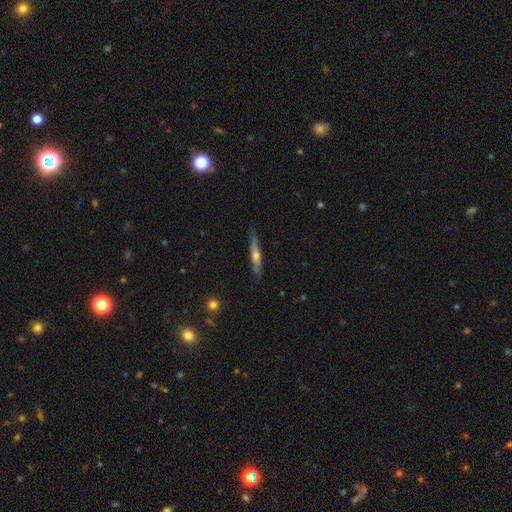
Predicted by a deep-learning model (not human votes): The model was most divided on "smooth or featured": featured or disk: 58%, smooth: 35%, star or artifact: 7%. More confident: edge-on disk — yes (94%); merging — none (83%); edge-on bulge — rounded (76%).